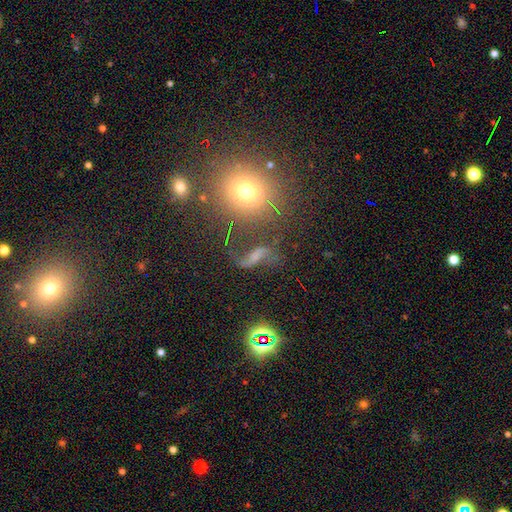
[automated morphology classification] Q: Smooth or featured?
A: featured or disk (58%); runner-up: star or artifact (22%)
Q: Edge-on disk?
A: no (91%); runner-up: yes (9%)
Q: Bar?
A: no (35%); tied with: weak (35%)
Q: Spiral arms?
A: yes (84%); runner-up: no (16%)
Q: Bulge size?
A: small (37%); runner-up: none (28%)
Q: Merging?
A: none (58%); runner-up: minor disturbance (17%)